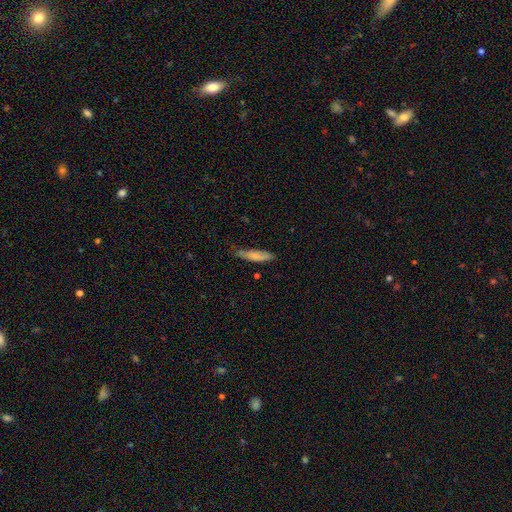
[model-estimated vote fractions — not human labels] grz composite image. It shows a smooth galaxy with no disk features (78%) that is cigar-shaped (73%). Merging: none (63%).